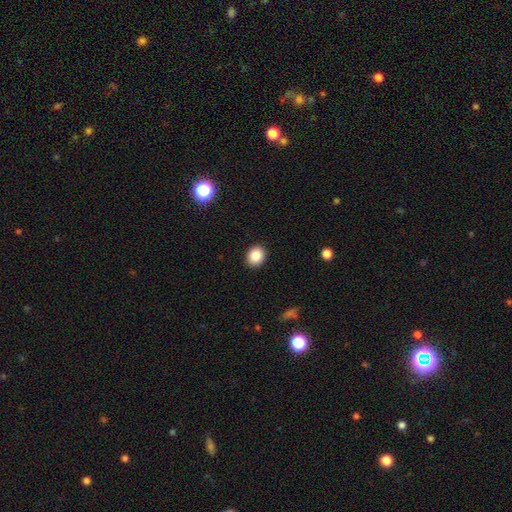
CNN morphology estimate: A smooth galaxy with no disk features (87%) that is round (64%).

Vote fractions:
- Smooth or featured? smooth: 87% / star or artifact: 9% / featured or disk: 4%
- How rounded? round: 64% / in between: 35% / cigar-shaped: 1%
- Merging? none: 91% / minor disturbance: 6% / major disturbance: 2% / merger: 1%